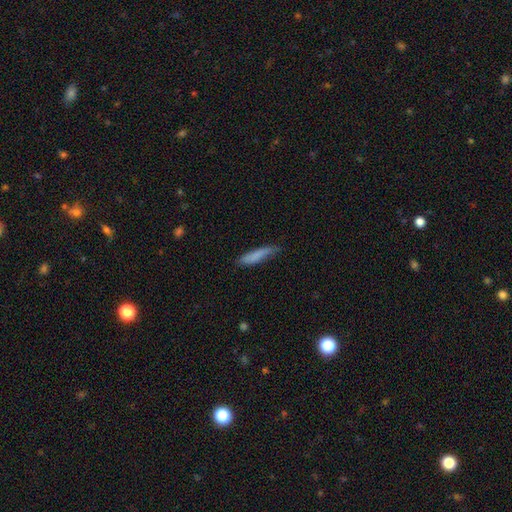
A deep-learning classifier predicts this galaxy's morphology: A smooth galaxy with no disk features (79%) that is cigar-shaped (83%).

Vote fractions:
- Smooth or featured? smooth: 79% / featured or disk: 14% / star or artifact: 6%
- How rounded? cigar-shaped: 83% / in between: 15% / round: 1%
- Merging? none: 67% / minor disturbance: 25% / major disturbance: 5% / merger: 2%